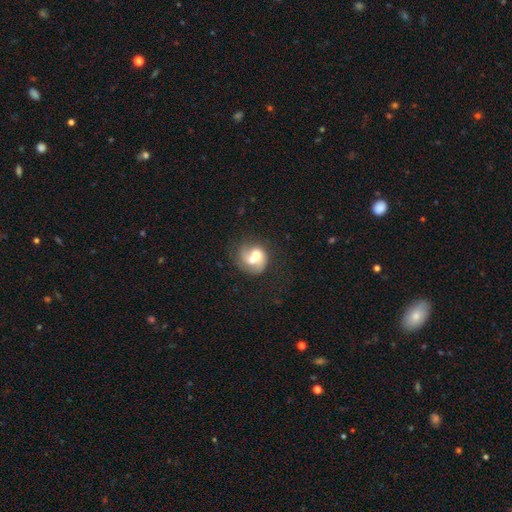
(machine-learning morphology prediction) type=smooth (46%, tied with featured or disk); merging=merger (57%).